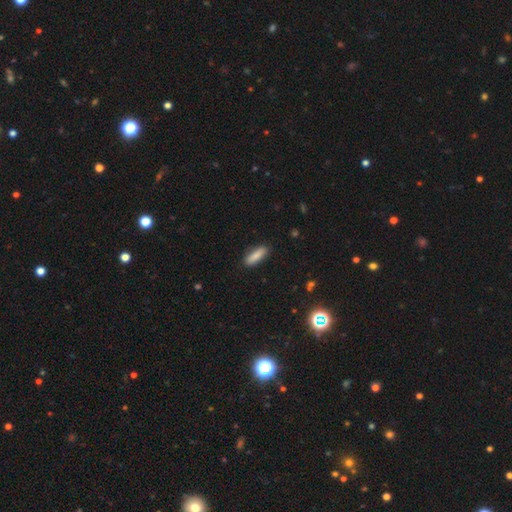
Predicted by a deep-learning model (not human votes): A smooth galaxy with no disk features (86%) that is cigar-shaped (53%). Merging: none (87%).